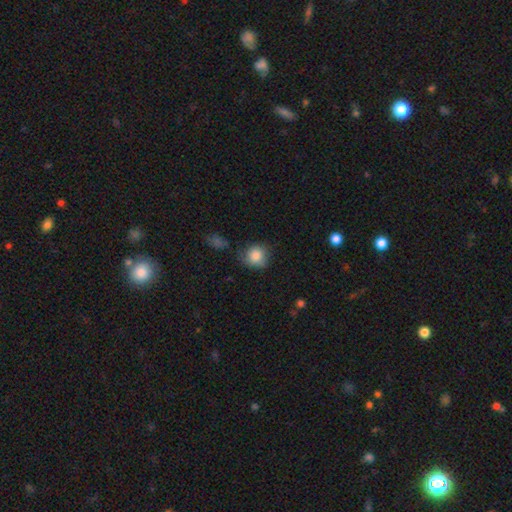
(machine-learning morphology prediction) Smooth or featured: smooth — 85% (star or artifact — 8%)
How rounded: round — 85% (in between — 14%)
Merging: none — 63% (minor disturbance — 25%)